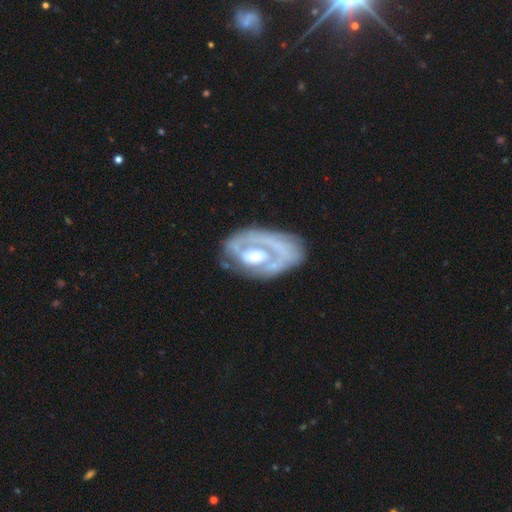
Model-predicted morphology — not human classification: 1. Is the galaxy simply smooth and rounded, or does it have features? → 78% featured or disk, 16% smooth, 5% star or artifact.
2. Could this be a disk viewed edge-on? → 95% no, 5% yes.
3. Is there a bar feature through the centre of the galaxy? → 61% no, 27% weak, 12% strong.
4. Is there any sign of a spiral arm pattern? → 70% yes, 30% no.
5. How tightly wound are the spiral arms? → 59% tight, 27% medium, 14% loose.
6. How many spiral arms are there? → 60% 1, 19% can't tell, 15% 2, 3% 3, 1% 4, 1% more than 4.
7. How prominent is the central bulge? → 54% moderate, 21% large, 17% small, 6% none, 3% dominant.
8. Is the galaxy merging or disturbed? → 55% none, 22% minor disturbance, 20% major disturbance, 4% merger.